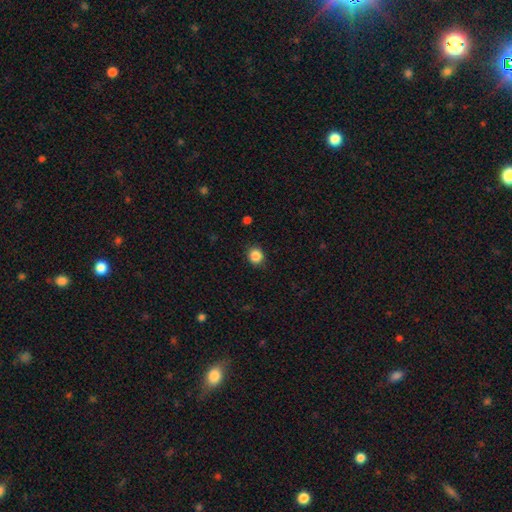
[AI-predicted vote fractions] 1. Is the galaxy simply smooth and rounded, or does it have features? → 87% smooth, 10% star or artifact, 3% featured or disk.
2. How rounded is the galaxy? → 83% round, 16% in between, 1% cigar-shaped.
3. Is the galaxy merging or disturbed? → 88% none, 8% minor disturbance, 2% major disturbance, 1% merger.